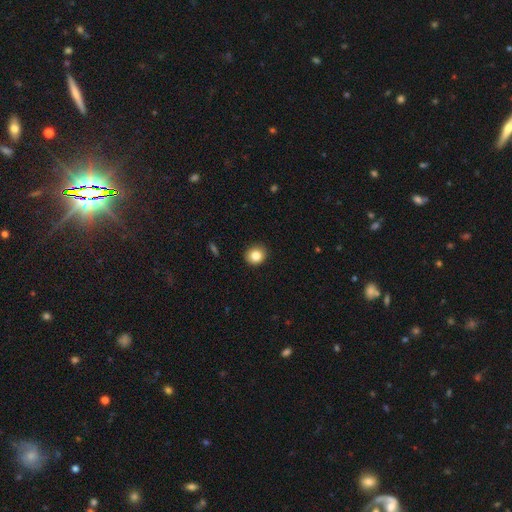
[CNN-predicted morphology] A smooth galaxy with no disk features (85%) that is round (82%). Merging: none (89%).